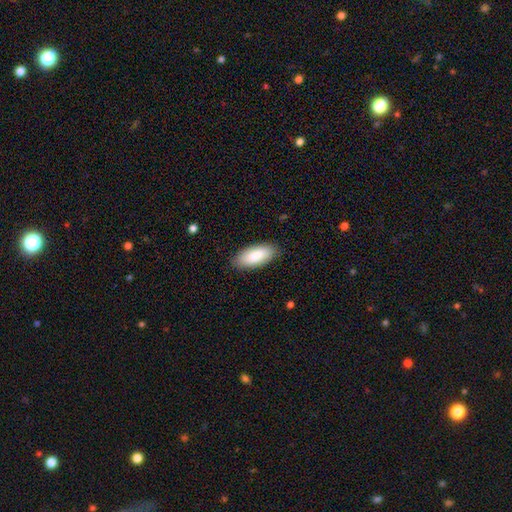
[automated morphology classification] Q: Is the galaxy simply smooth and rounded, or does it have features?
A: smooth — 87%.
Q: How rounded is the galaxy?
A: in between — 88%.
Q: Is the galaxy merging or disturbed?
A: none — 87%.